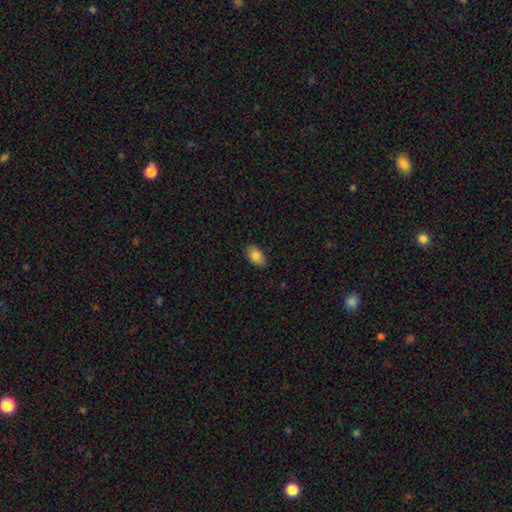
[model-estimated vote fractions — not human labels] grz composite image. It shows a smooth galaxy with no disk features (84%) that is in between round and cigar-shaped (91%). Merging: none (85%).